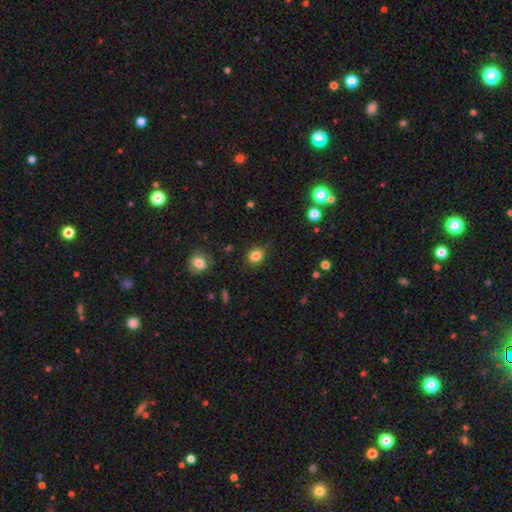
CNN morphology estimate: Smooth or featured?
  - smooth: 84% *
  - star or artifact: 11%
  - featured or disk: 5%
How rounded?
  - round: 76% *
  - in between: 23%
  - cigar-shaped: 1%
Merging?
  - none: 84% *
  - minor disturbance: 11%
  - major disturbance: 3%
  - merger: 1%